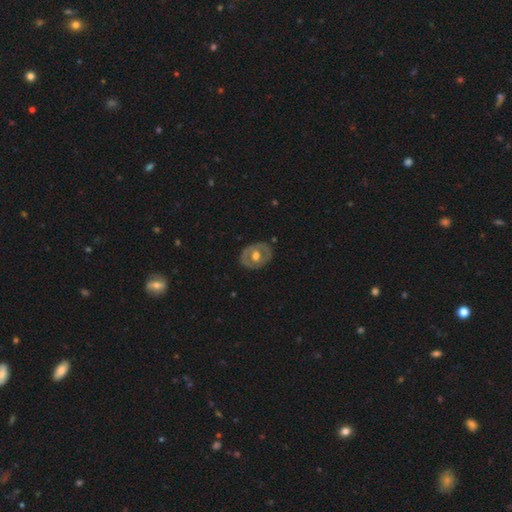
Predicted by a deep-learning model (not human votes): smooth_or_featured: featured or disk (p=0.58) [alt: smooth p=0.37]
disk_edge_on: no (p=0.93) [alt: yes p=0.07]
bar: no (p=0.77) [alt: weak p=0.17]
has_spiral_arms: no (p=0.85) [alt: yes p=0.15]
bulge_size: moderate (p=0.69) [alt: large p=0.24]
merging: none (p=0.81) [alt: minor disturbance p=0.14]